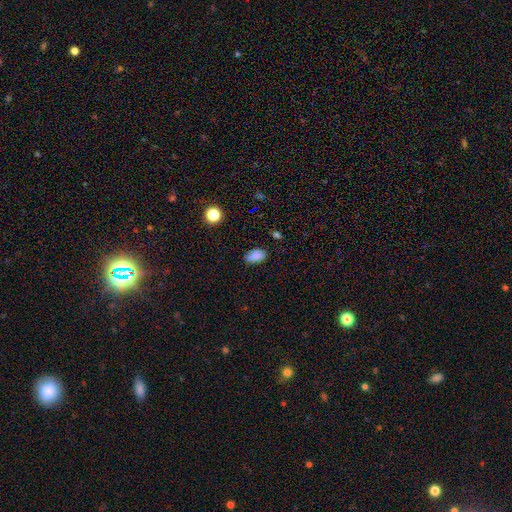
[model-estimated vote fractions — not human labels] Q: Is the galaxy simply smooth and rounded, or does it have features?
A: smooth — 84%.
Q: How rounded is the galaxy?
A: in between — 90%.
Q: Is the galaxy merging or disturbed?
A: none — 80%.